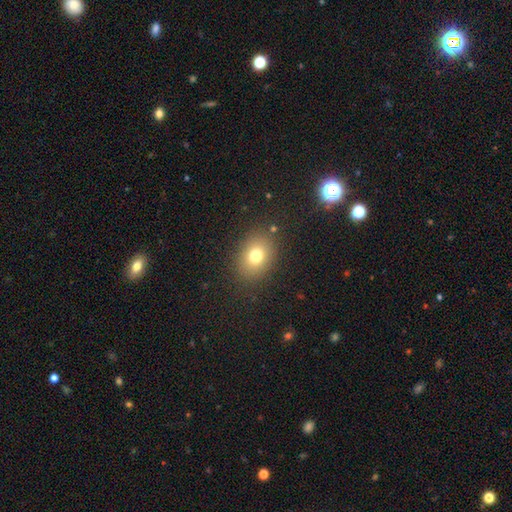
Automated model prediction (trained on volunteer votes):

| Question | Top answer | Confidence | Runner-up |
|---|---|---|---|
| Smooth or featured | smooth | 75% | star or artifact (13%) |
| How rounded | in between | 59% | round (40%) |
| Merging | none | 85% | minor disturbance (9%) |